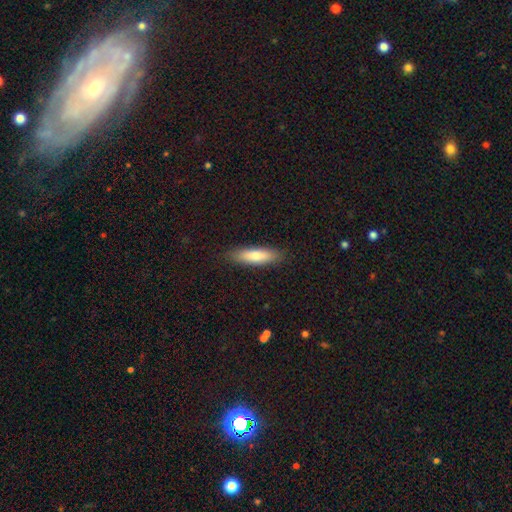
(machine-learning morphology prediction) This appears to be a smooth galaxy with no disk features (79%) that is cigar-shaped (62%). Merging: none (87%).